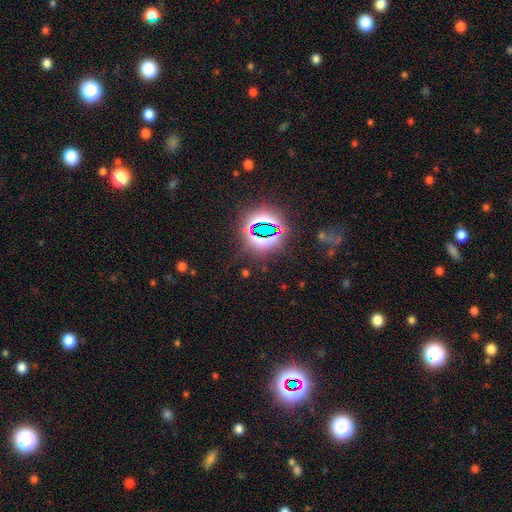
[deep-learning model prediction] Q: Smooth or featured?
A: star or artifact (79%); runner-up: smooth (13%)